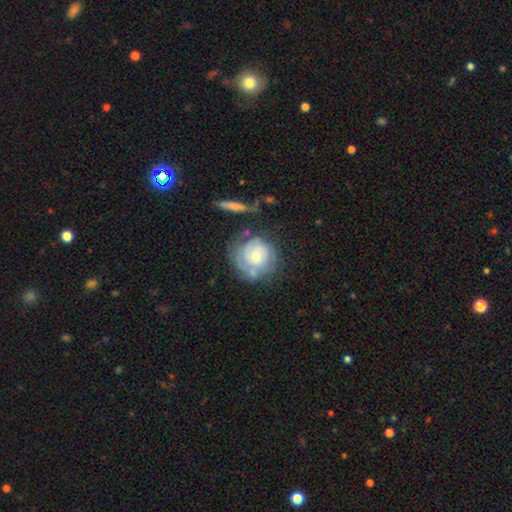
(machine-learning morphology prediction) This appears to be a featured or disk galaxy (61%) with no bar (75%), spiral arms (78%) and a moderate central bulge (44%). Merging: none (54%).